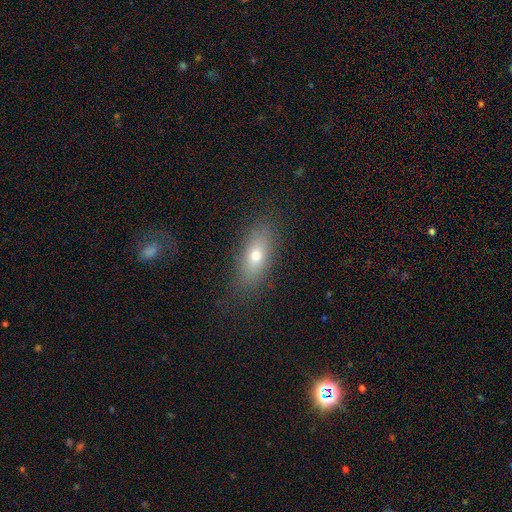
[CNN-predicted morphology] type=smooth (69%); roundness=in between (75%); merging=none (83%).